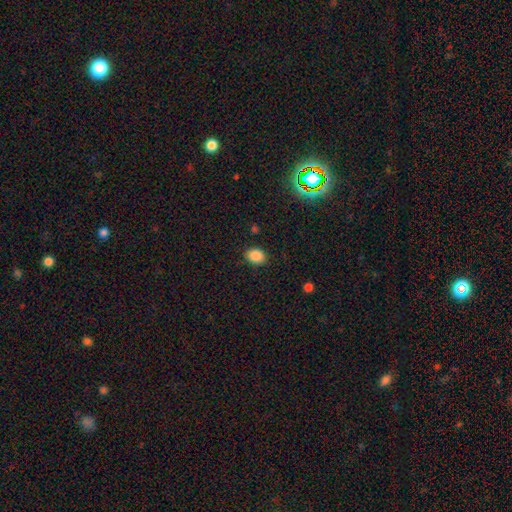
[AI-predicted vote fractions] smooth 87%, star or artifact 9%, featured or disk 4%. Down the decision tree: how rounded — in between (66%); merging — none (87%).